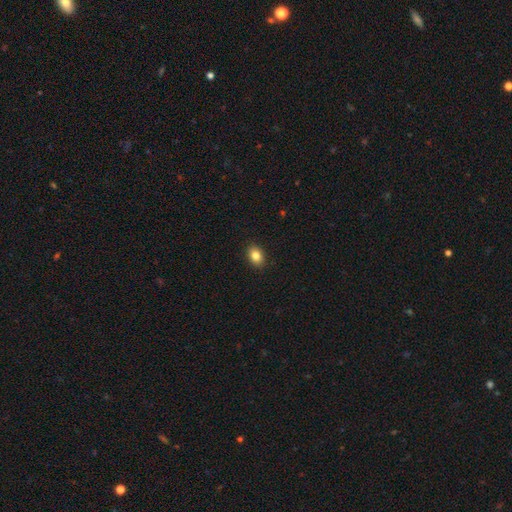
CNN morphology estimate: A smooth galaxy with no disk features (84%) that is in between round and cigar-shaped (74%). Merging: none (90%).